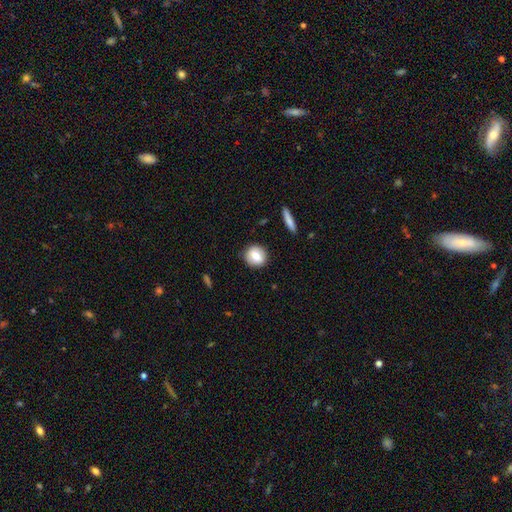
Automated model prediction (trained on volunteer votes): A smooth galaxy with no disk features (72%) that is round (83%). Merging: none (88%).